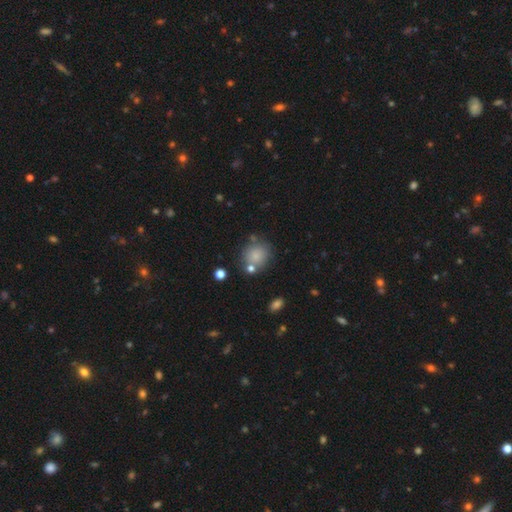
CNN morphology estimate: The model was most divided on "merging": none: 70%, minor disturbance: 14%, merger: 11%, major disturbance: 5%. More confident: how rounded — round (81%); smooth or featured — smooth (81%).